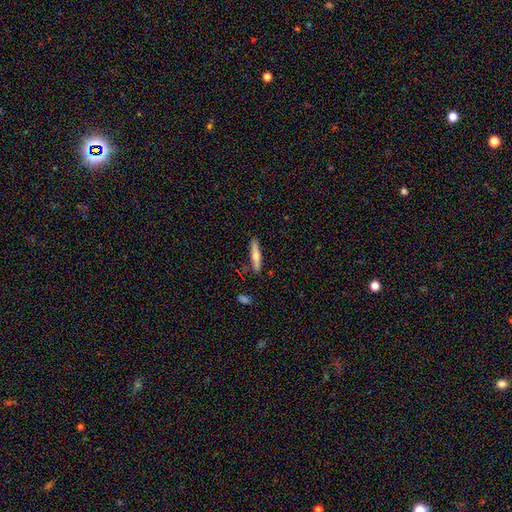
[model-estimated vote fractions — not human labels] smooth-or-featured: smooth: 59% | featured or disk: 35% | star or artifact: 6%
  how-rounded: cigar-shaped: 88% | in between: 10% | round: 2%
  merging: none: 84% | minor disturbance: 11% | merger: 2% | major disturbance: 2%